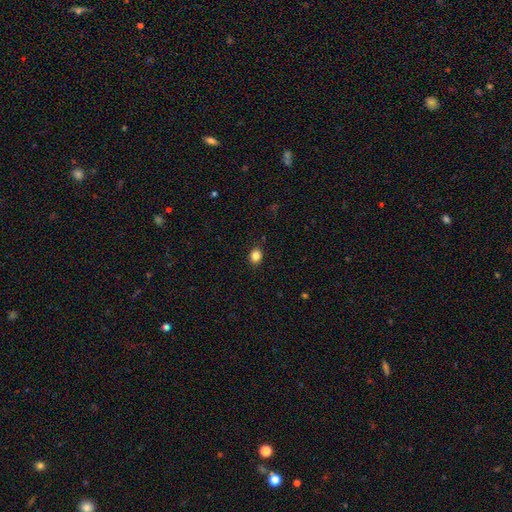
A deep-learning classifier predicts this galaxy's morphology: Smooth or featured: smooth — 85% (star or artifact — 11%)
How rounded: round — 57% (in between — 42%)
Merging: none — 89% (minor disturbance — 8%)